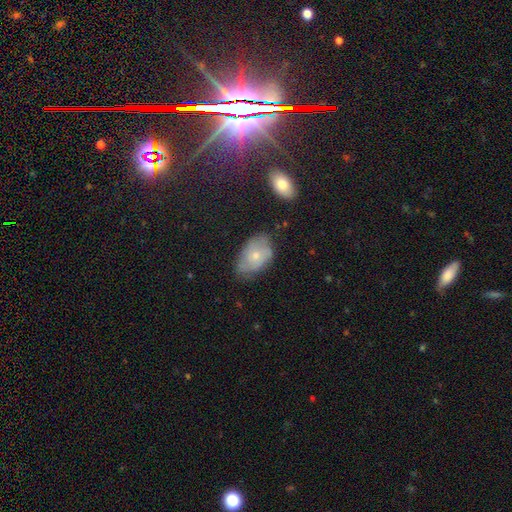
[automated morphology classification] Smooth or featured? Predicted: smooth (p=0.49). Merging? Predicted: none (p=0.55).